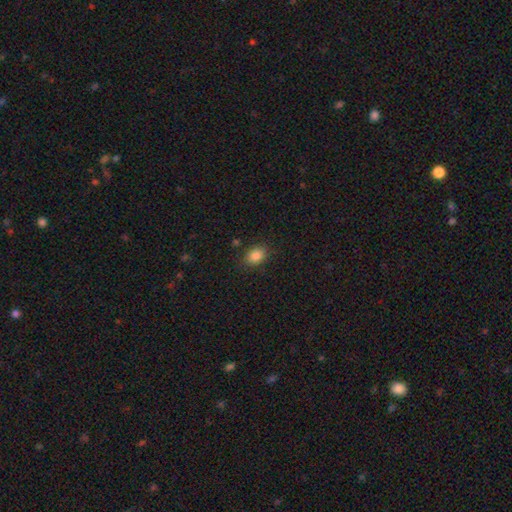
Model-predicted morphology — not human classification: smooth-or-featured: smooth: 85% | star or artifact: 10% | featured or disk: 5%
  how-rounded: in between: 71% | round: 28% | cigar-shaped: 1%
  merging: none: 84% | minor disturbance: 11% | major disturbance: 3% | merger: 2%